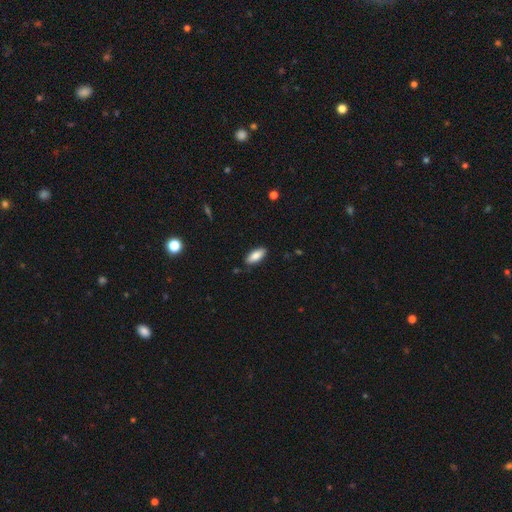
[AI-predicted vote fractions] Smooth or featured: smooth — 83% (featured or disk — 10%)
How rounded: in between — 78% (cigar-shaped — 20%)
Merging: none — 85% (minor disturbance — 12%)